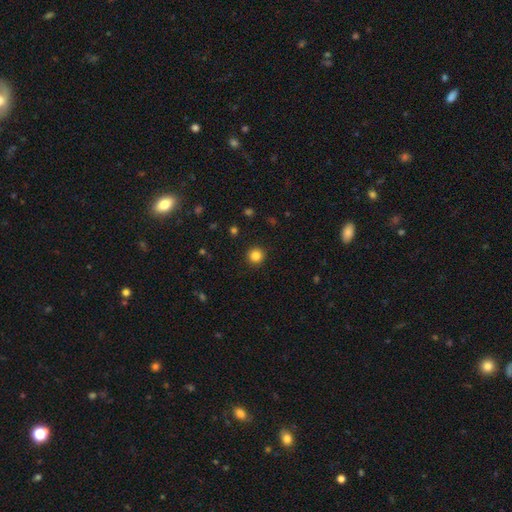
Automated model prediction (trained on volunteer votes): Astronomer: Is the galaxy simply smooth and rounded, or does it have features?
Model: smooth — 84%.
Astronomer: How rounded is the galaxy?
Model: round — 95%.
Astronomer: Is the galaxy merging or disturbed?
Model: none — 92%.